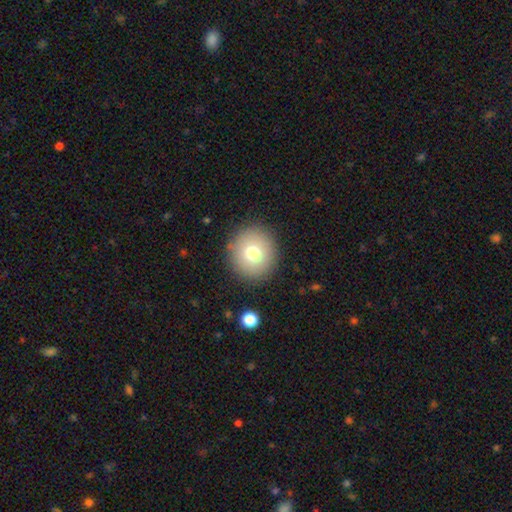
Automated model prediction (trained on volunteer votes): Smooth or featured: smooth — 73% (featured or disk — 15%)
How rounded: round — 89% (in between — 10%)
Merging: none — 88% (minor disturbance — 7%)